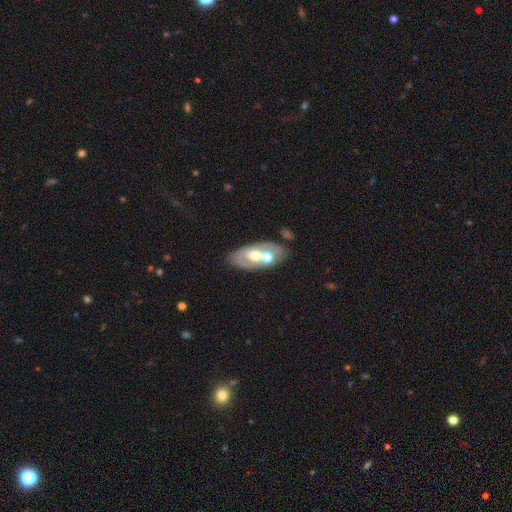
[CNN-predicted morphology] Smooth or featured: featured or disk — 56% (smooth — 37%)
Edge-on disk: no — 87% (yes — 13%)
Merging: none — 54% (merger — 28%)